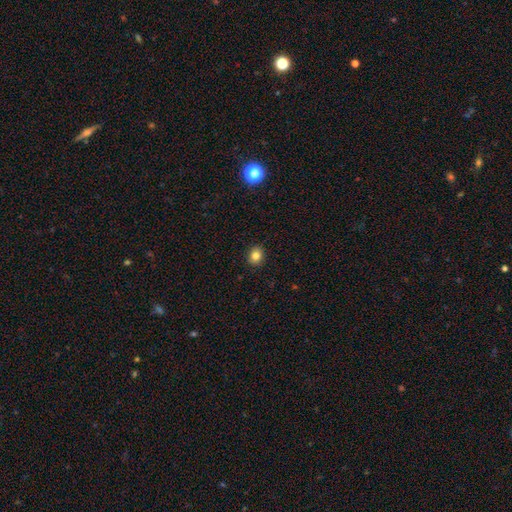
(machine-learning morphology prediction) Smooth or featured: smooth — 83% (star or artifact — 11%)
How rounded: round — 63% (in between — 36%)
Merging: none — 90% (minor disturbance — 7%)